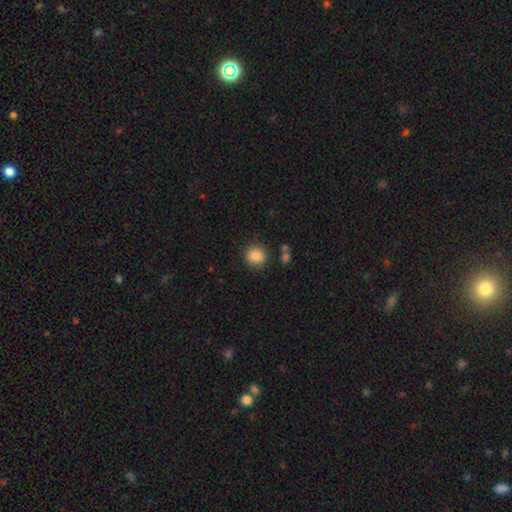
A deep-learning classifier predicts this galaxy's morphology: Overall: smooth (86%). How rounded: round (90%). Merging: none (86%).